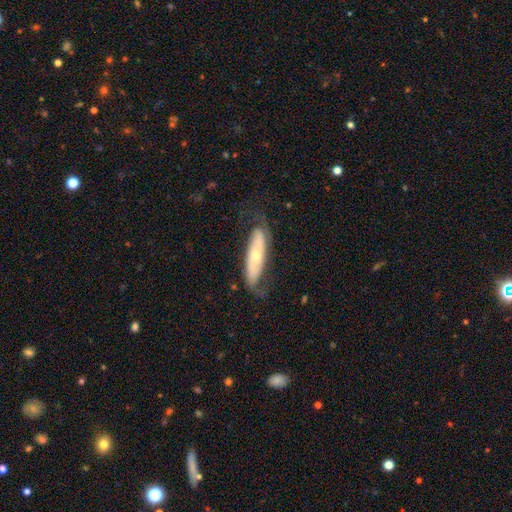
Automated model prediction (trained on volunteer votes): Morphology: type=featured or disk (62%); edge-on=no (71%); merging=none (63%).